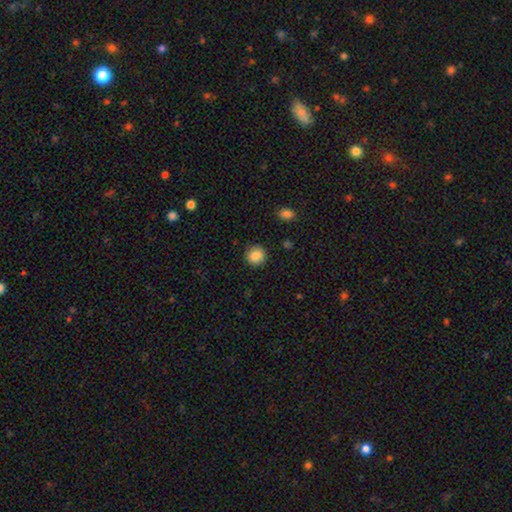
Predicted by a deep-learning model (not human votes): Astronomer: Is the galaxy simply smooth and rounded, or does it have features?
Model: smooth — 88%.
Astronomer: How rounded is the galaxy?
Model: round — 91%.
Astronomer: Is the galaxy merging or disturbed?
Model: none — 89%.